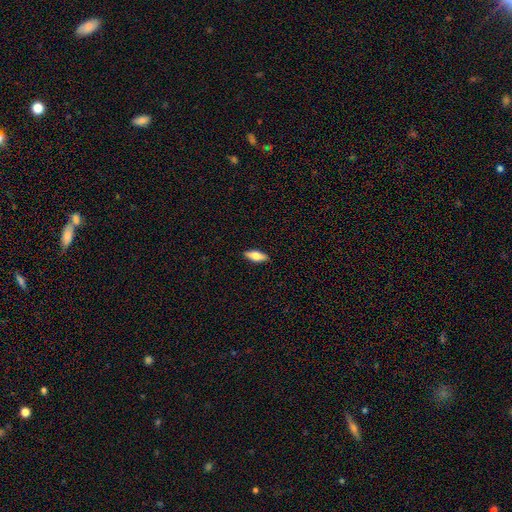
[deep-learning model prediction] Smooth or featured? smooth (64%)
How rounded? in between (69%)
Merging? none (90%)